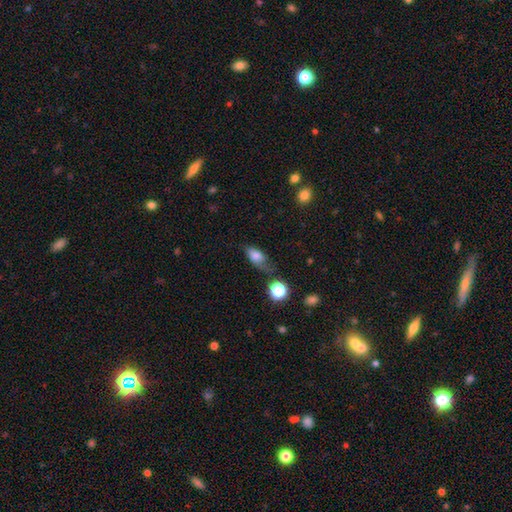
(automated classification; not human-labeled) Smooth or featured: smooth — 71% (featured or disk — 17%)
How rounded: in between — 79% (cigar-shaped — 11%)
Merging: none — 48% (minor disturbance — 31%)